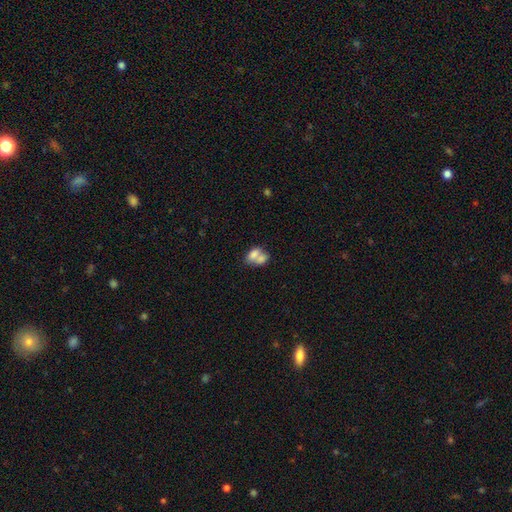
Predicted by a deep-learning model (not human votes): Q: Smooth or featured?
A: smooth (72%); runner-up: featured or disk (20%)
Q: How rounded?
A: in between (77%); runner-up: round (21%)
Q: Merging?
A: merger (70%); runner-up: none (18%)